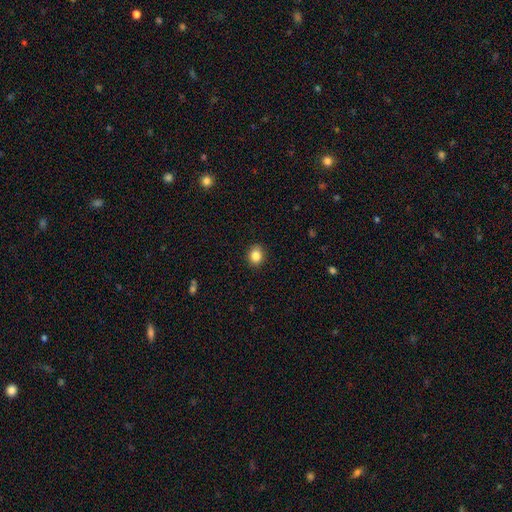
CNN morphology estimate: Smooth or featured? Predicted: smooth (p=0.85). How rounded? Predicted: round (p=0.64). Merging? Predicted: none (p=0.89).